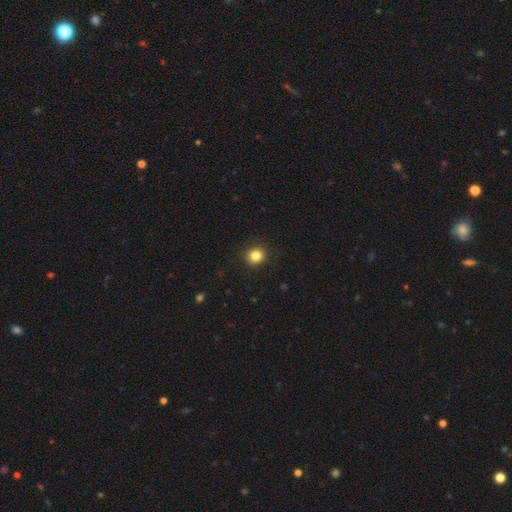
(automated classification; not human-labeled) smooth_or_featured: smooth (p=0.84) [alt: star or artifact p=0.11]
how_rounded: round (p=0.88) [alt: in between p=0.11]
merging: none (p=0.91) [alt: minor disturbance p=0.06]